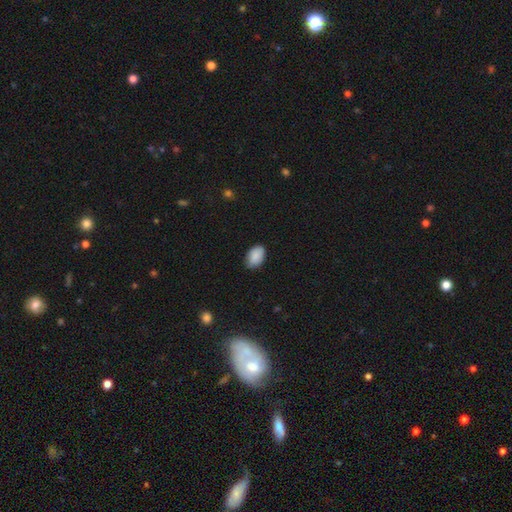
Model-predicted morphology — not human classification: A smooth galaxy with no disk features (89%) that is in between round and cigar-shaped (91%).

Vote fractions:
- Smooth or featured? smooth: 89% / star or artifact: 7% / featured or disk: 5%
- How rounded? in between: 91% / round: 8% / cigar-shaped: 1%
- Merging? none: 79% / minor disturbance: 17% / major disturbance: 3% / merger: 1%